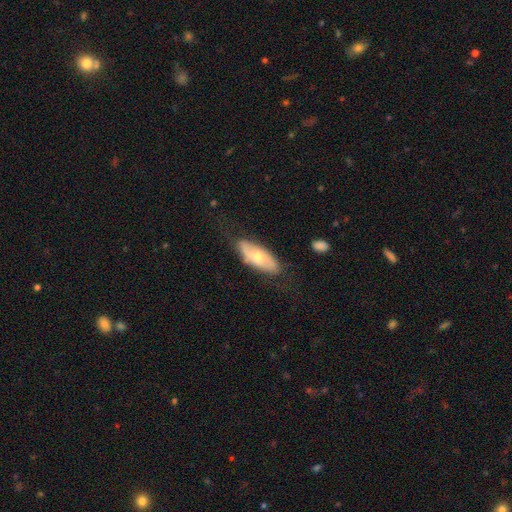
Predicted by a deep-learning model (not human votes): This is possibly a smooth galaxy (47%, tied with featured or disk). Merging: likely none (73%).